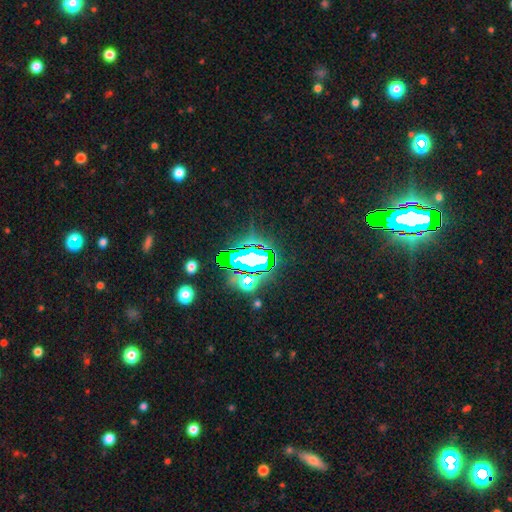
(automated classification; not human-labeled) This is likely a star or artifact rather than a galaxy (77%).